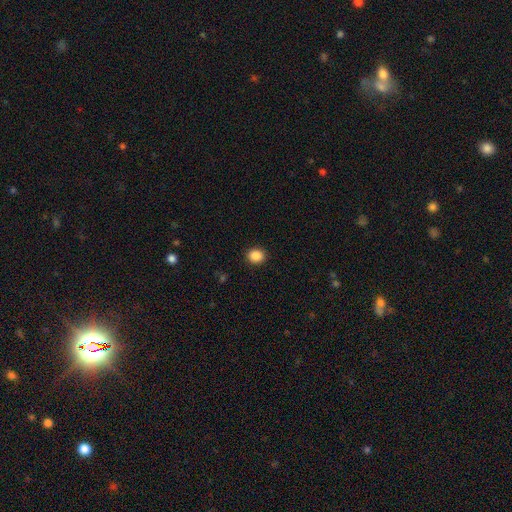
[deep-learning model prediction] smooth-or-featured: smooth: 88% | star or artifact: 9% | featured or disk: 3%
  how-rounded: round: 72% | in between: 27% | cigar-shaped: 1%
  merging: none: 91% | minor disturbance: 6% | major disturbance: 2% | merger: 1%